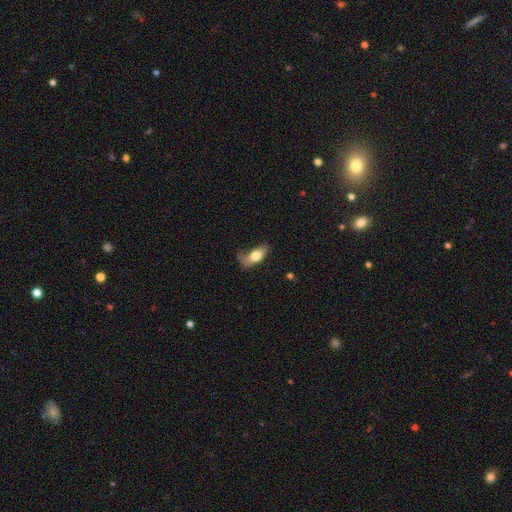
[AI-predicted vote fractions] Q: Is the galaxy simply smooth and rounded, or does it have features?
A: smooth — 72%.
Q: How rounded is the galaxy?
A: in between — 83%.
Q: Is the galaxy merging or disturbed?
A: none — 36%.